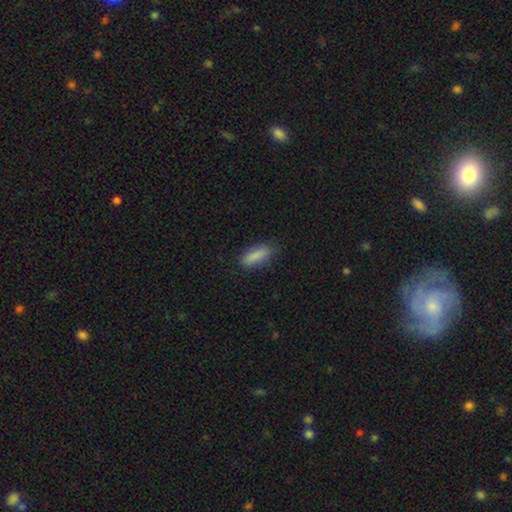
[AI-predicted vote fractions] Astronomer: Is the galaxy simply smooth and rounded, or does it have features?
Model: smooth — 86%.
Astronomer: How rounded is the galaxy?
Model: in between — 62%.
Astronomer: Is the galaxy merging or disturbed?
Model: none — 81%.